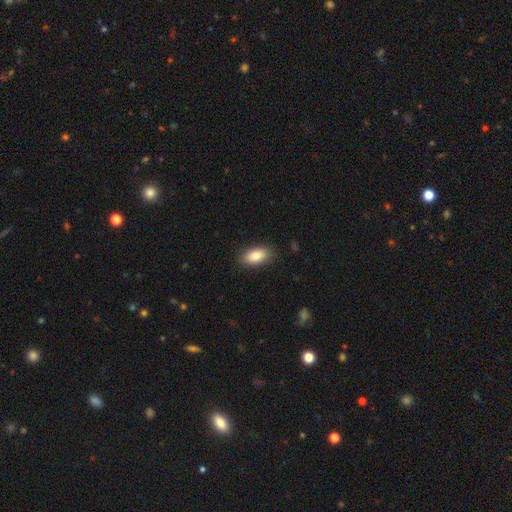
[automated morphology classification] type=smooth (86%); roundness=in between (89%); merging=none (86%).